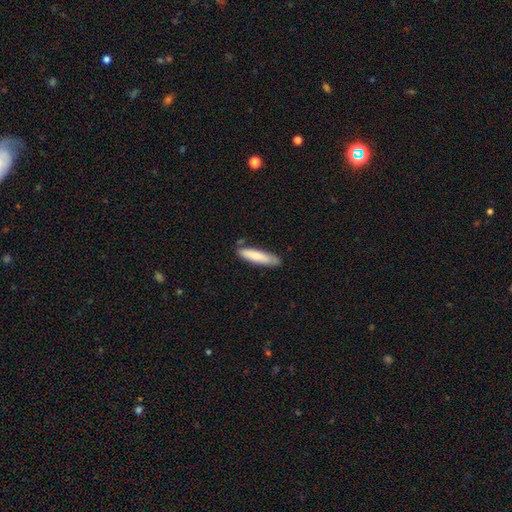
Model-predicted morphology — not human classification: Q: Smooth or featured?
A: smooth (80%); runner-up: featured or disk (15%)
Q: How rounded?
A: cigar-shaped (79%); runner-up: in between (20%)
Q: Merging?
A: none (74%); runner-up: minor disturbance (19%)